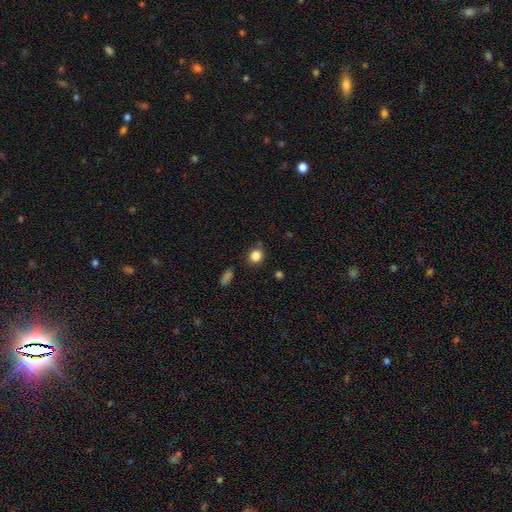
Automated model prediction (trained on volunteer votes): Smooth or featured? Predicted: smooth (p=0.84). How rounded? Predicted: round (p=0.70). Merging? Predicted: none (p=0.77).